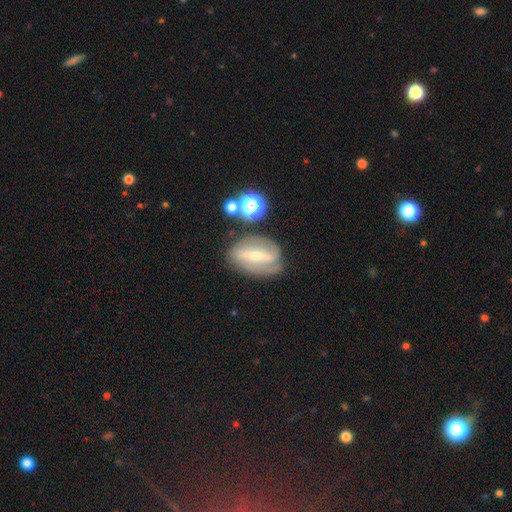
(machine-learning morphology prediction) This is likely a featured or disk galaxy (74%). It is clearly not viewed edge-on (88%). Bar: likely strong (69%). Spiral arm pattern: likely yes (71%). Central bulge: likely small (64%). Merging: likely none (72%).